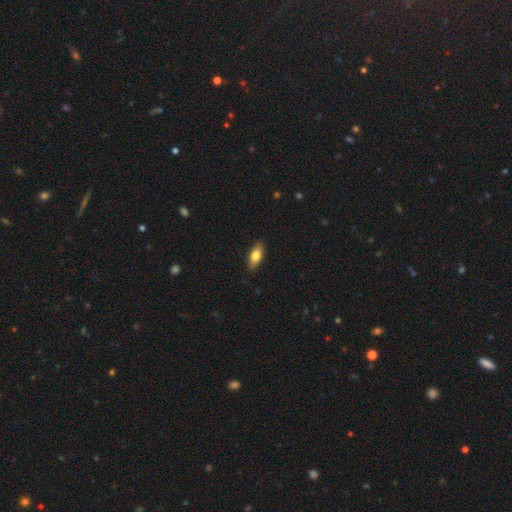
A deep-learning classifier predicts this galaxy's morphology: Smooth or featured: smooth — 77% (featured or disk — 16%)
How rounded: in between — 83% (cigar-shaped — 14%)
Merging: none — 88% (minor disturbance — 9%)